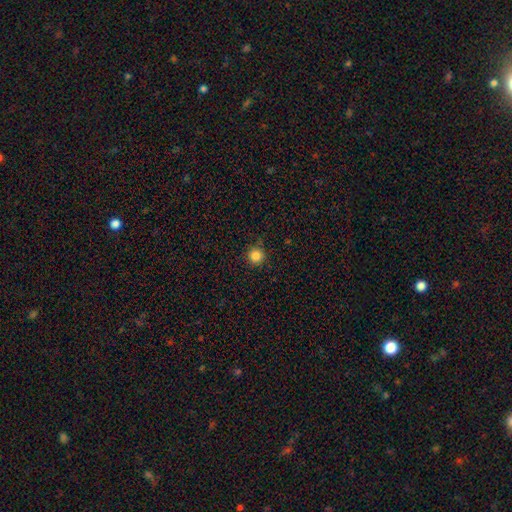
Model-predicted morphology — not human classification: A smooth galaxy with no disk features (85%) that is round (95%). Merging: none (87%).